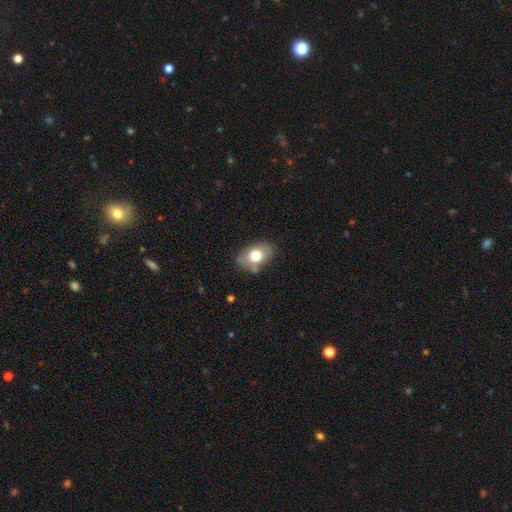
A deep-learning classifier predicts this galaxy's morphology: The model was most divided on "smooth or featured": smooth: 72%, featured or disk: 19%, star or artifact: 9%. More confident: how rounded — in between (78%); merging — none (73%).